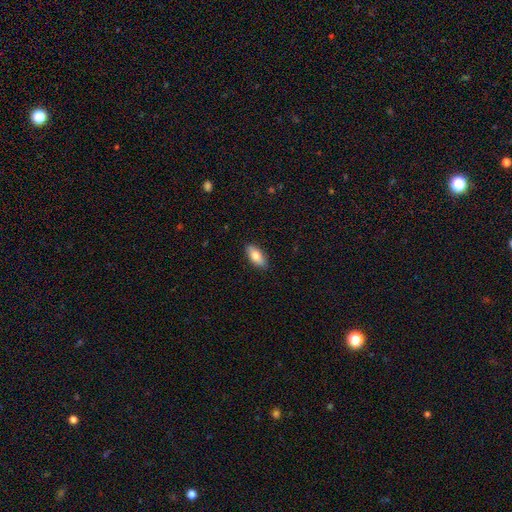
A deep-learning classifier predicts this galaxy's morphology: Smooth or featured? smooth (80%)
How rounded? in between (85%)
Merging? none (88%)